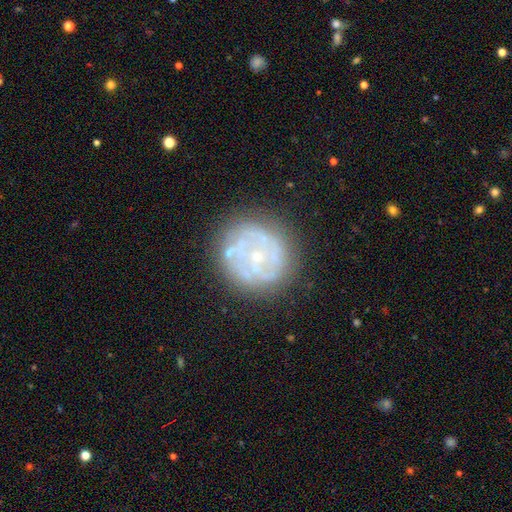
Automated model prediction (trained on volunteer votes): smooth_or_featured: featured or disk (p=0.70) [alt: smooth p=0.22]
disk_edge_on: no (p=0.98) [alt: yes p=0.02]
bar: no (p=0.84) [alt: weak p=0.13]
has_spiral_arms: yes (p=0.51) [alt: no p=0.49]
bulge_size: small (p=0.70) [alt: moderate p=0.20]
merging: none (p=0.72) [alt: minor disturbance p=0.16]